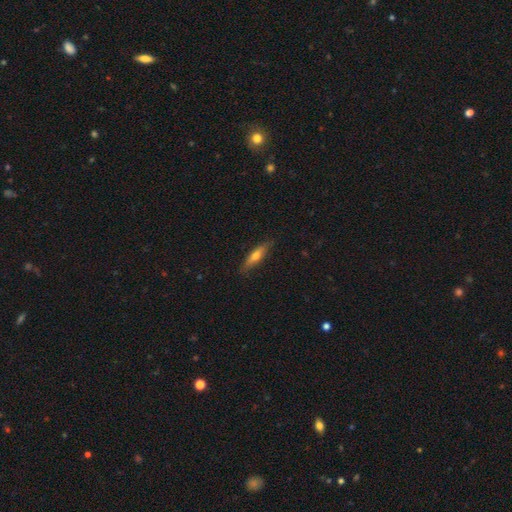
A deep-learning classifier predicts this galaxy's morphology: A smooth galaxy with no disk features (56%) that is cigar-shaped (72%).

Vote fractions:
- Smooth or featured? smooth: 56% / featured or disk: 38% / star or artifact: 6%
- How rounded? cigar-shaped: 72% / in between: 26% / round: 2%
- Merging? none: 84% / minor disturbance: 12% / major disturbance: 2% / merger: 1%